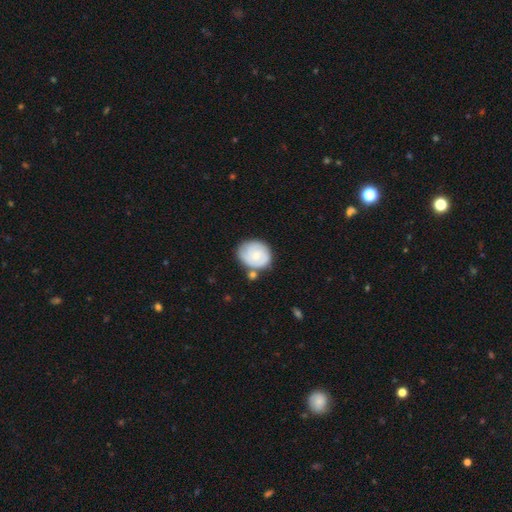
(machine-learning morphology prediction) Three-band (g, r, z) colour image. It shows a featured or disk galaxy (48%). Merging: none (63%).